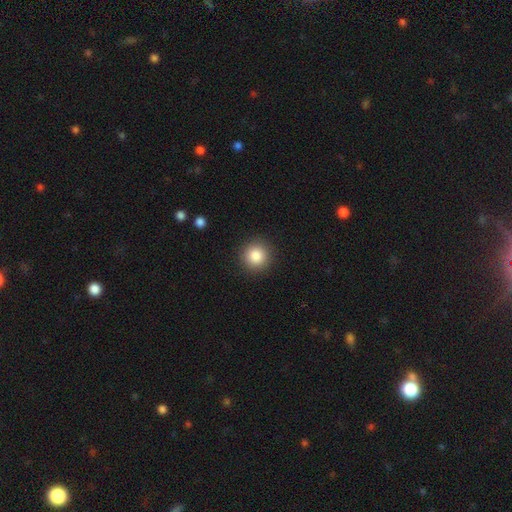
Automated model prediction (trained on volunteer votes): Q: Smooth or featured?
A: smooth (85%); runner-up: star or artifact (10%)
Q: How rounded?
A: round (95%); runner-up: in between (4%)
Q: Merging?
A: none (91%); runner-up: minor disturbance (6%)